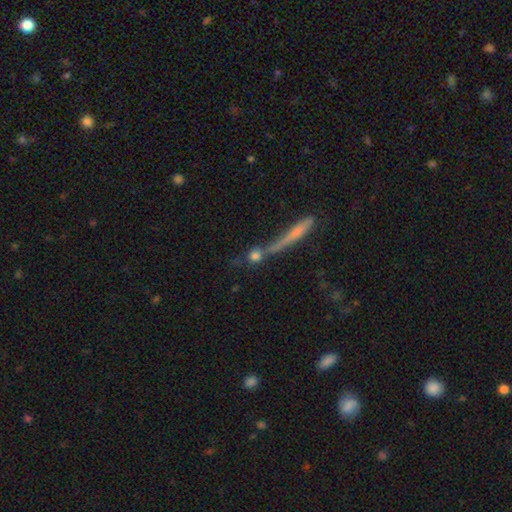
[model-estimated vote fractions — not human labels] Smooth or featured? Predicted: smooth (p=0.67). How rounded? Predicted: round (p=0.74). Merging? Predicted: none (p=0.59).